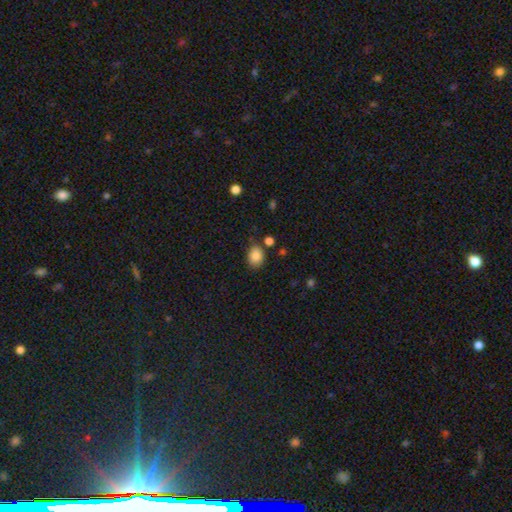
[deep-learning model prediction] This appears to be a smooth galaxy with no disk features (86%) that is in between round and cigar-shaped (51%). Merging: none (73%).